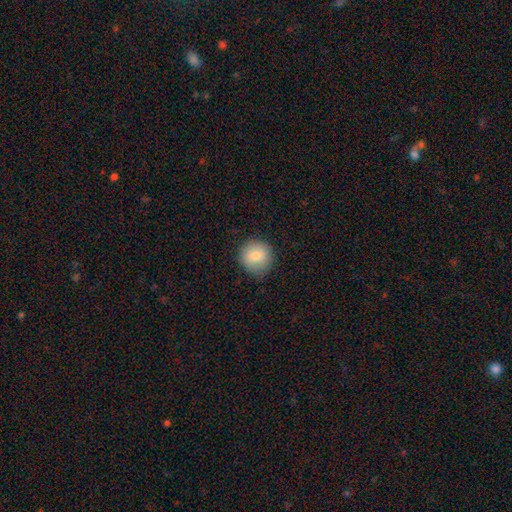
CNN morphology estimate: type=smooth (83%); roundness=round (92%); merging=none (82%).